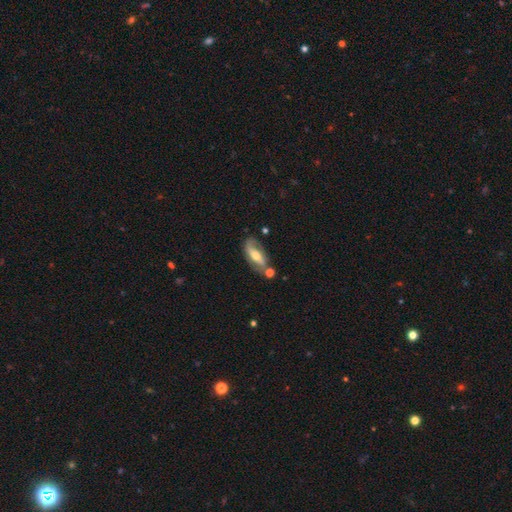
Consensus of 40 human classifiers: Smooth or featured? 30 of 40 (75%) said featured or disk. Edge-on disk? 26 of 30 (87%) said no. Bar? 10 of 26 (38%) said no. Spiral arms? 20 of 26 (77%) said yes. Spiral winding? 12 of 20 (60%) said medium. Spiral arm count? 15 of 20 (75%) said 2. Bulge size? 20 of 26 (77%) said moderate. Merging? 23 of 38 (61%) said none.